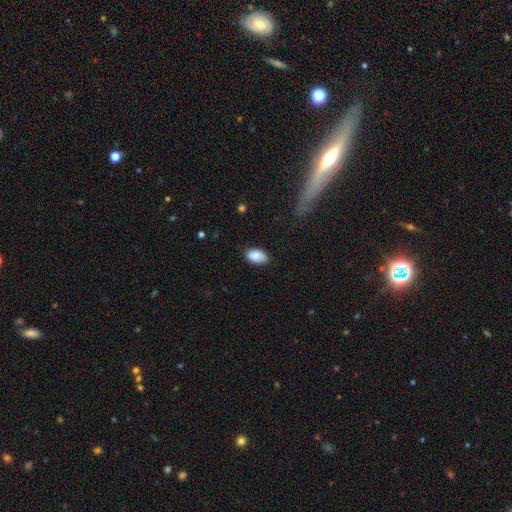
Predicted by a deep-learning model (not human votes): A smooth galaxy with no disk features (88%) that is in between round and cigar-shaped (94%). Merging: none (79%).